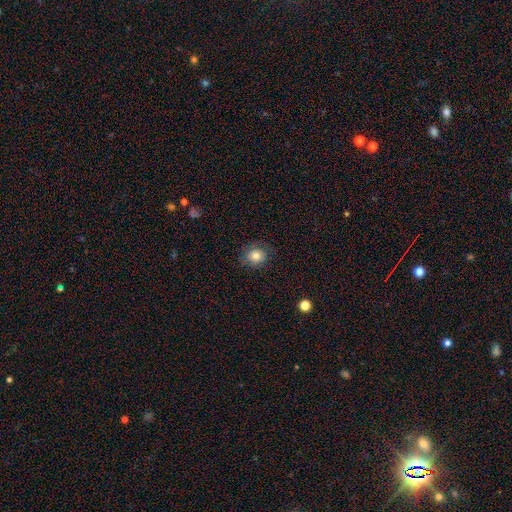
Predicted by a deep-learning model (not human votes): Smooth or featured? smooth (78%)
How rounded? round (78%)
Merging? none (78%)